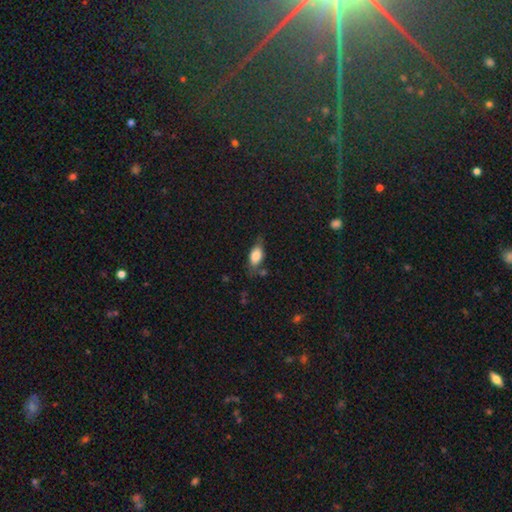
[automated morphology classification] type=smooth (79%); roundness=in between (87%); merging=none (62%).